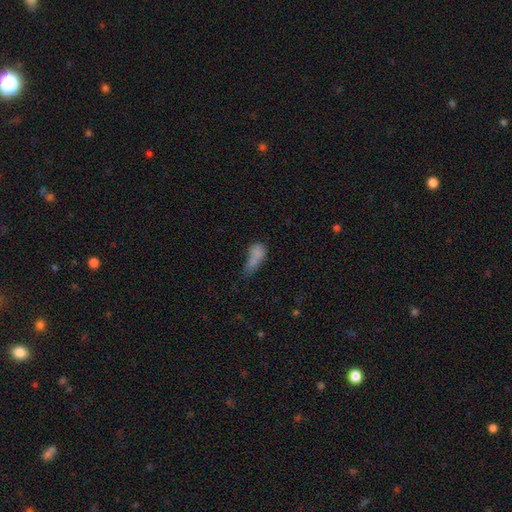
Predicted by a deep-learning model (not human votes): The model was most divided on "merging": major disturbance: 28%, none: 25%, merger: 24%, minor disturbance: 24%. More confident: how rounded — in between (75%); smooth or featured — smooth (73%).